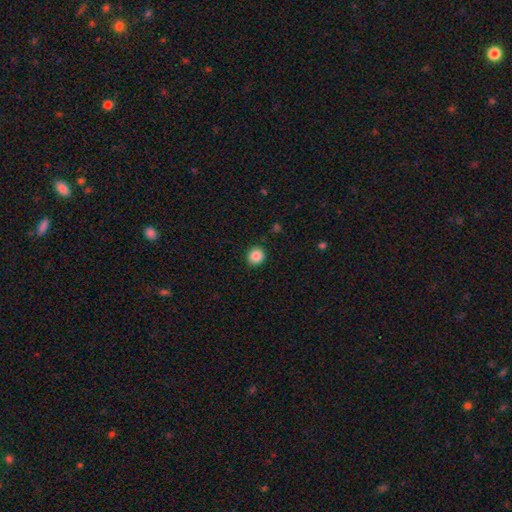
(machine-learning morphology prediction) A smooth galaxy with no disk features (87%) that is round (82%).

Vote fractions:
- Smooth or featured? smooth: 87% / star or artifact: 9% / featured or disk: 4%
- How rounded? round: 82% / in between: 17% / cigar-shaped: 1%
- Merging? none: 89% / minor disturbance: 8% / major disturbance: 2% / merger: 1%